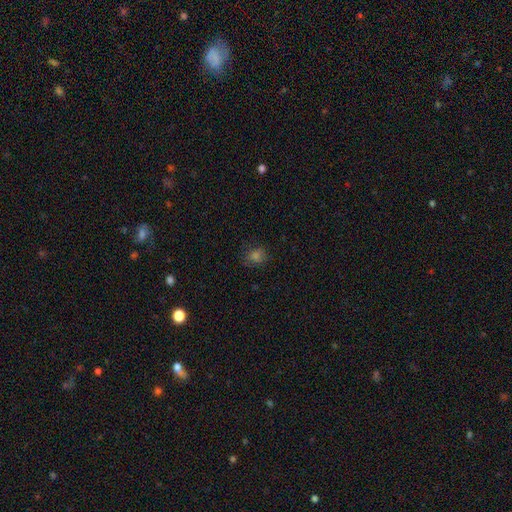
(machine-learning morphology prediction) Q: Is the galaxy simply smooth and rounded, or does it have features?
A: smooth — 68%.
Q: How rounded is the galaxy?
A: round — 76%.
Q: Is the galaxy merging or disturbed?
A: none — 80%.